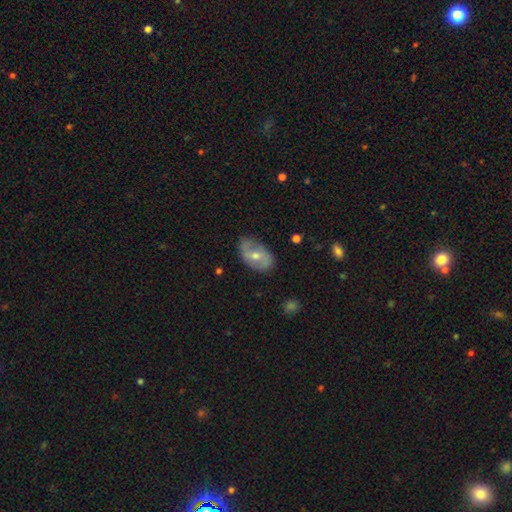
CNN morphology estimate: Smooth or featured?
  - featured or disk: 59% *
  - smooth: 33%
  - star or artifact: 7%
Edge-on disk?
  - no: 94% *
  - yes: 6%
Bar?
  - no: 45% *
  - weak: 39%
  - strong: 16%
Spiral arms?
  - yes: 72% *
  - no: 28%
Bulge size?
  - moderate: 59% *
  - small: 37%
  - large: 2%
  - none: 1%
  - dominant: 1%
Merging?
  - none: 70% *
  - minor disturbance: 23%
  - major disturbance: 5%
  - merger: 1%